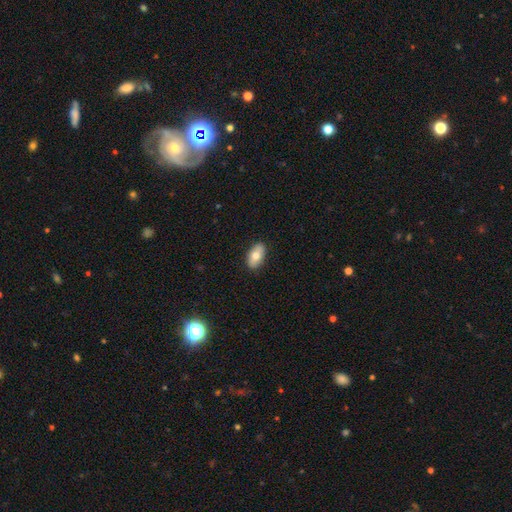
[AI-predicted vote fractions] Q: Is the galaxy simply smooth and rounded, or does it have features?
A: smooth — 72%.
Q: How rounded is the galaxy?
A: in between — 92%.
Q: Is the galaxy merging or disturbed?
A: none — 87%.